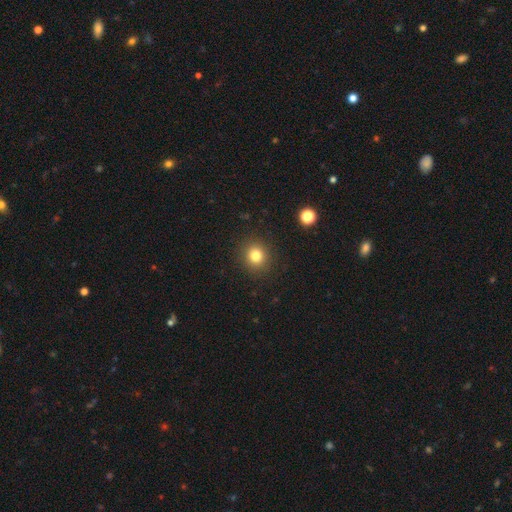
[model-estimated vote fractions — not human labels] Morphology: type=smooth (80%); roundness=round (87%); merging=none (90%).